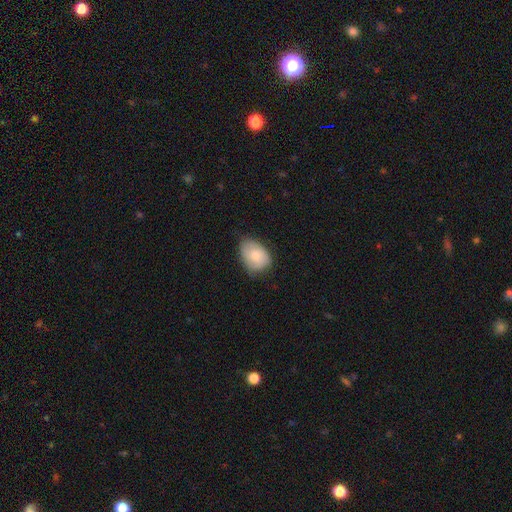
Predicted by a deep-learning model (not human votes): smooth_or_featured: smooth (p=0.75) [alt: featured or disk p=0.19]
how_rounded: in between (p=0.75) [alt: round p=0.24]
merging: none (p=0.59) [alt: minor disturbance p=0.34]